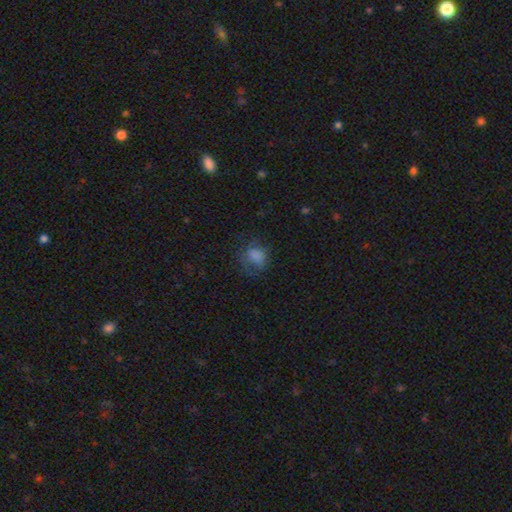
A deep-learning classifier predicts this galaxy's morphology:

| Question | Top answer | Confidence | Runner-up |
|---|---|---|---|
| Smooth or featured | smooth | 74% | star or artifact (13%) |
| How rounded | round | 50% | in between (49%) |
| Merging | none | 51% | minor disturbance (24%) |